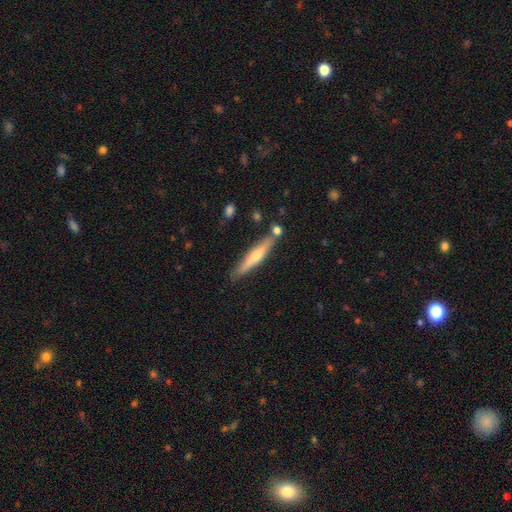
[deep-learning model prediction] Smooth or featured?
  - featured or disk: 51% *
  - smooth: 42%
  - star or artifact: 7%
Edge-on disk?
  - yes: 94% *
  - no: 6%
Merging?
  - none: 82% *
  - minor disturbance: 11%
  - merger: 5%
  - major disturbance: 2%